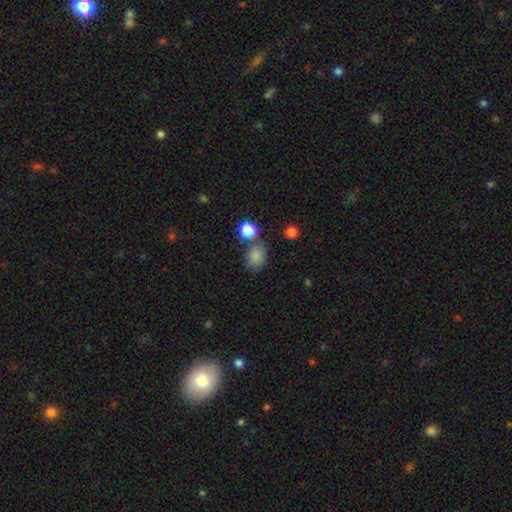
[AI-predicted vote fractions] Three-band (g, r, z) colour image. It shows a smooth galaxy with no disk features (83%) that is round (53%). Merging: none (69%).